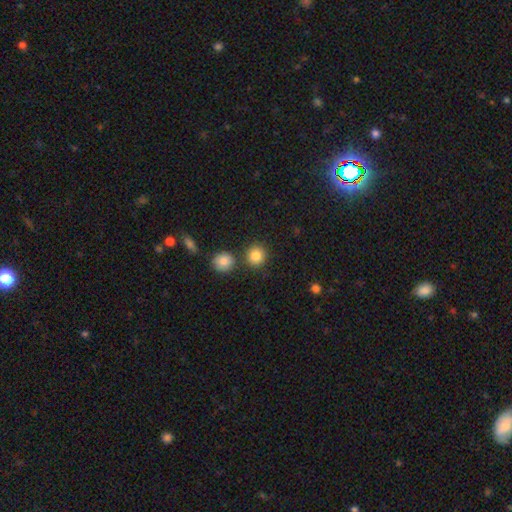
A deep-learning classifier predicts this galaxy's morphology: Smooth or featured? Predicted: smooth (p=0.85). How rounded? Predicted: round (p=0.89). Merging? Predicted: none (p=0.79).